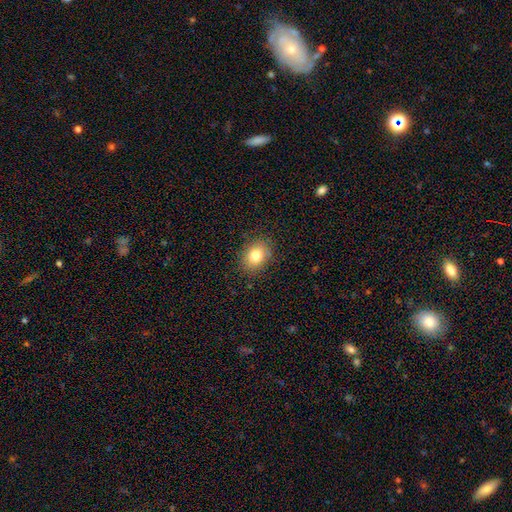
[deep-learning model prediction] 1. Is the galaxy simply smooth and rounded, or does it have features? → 80% smooth, 11% star or artifact, 10% featured or disk.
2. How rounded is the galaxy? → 56% in between, 43% round, 1% cigar-shaped.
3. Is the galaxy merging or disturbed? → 86% none, 10% minor disturbance, 3% major disturbance, 1% merger.